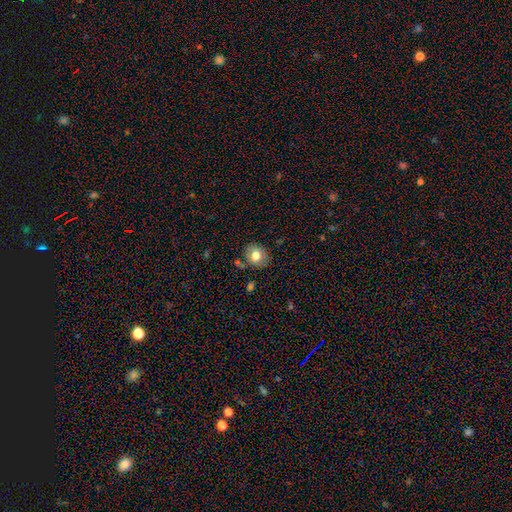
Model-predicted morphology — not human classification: Smooth or featured?
  - smooth: 75% *
  - featured or disk: 16%
  - star or artifact: 9%
How rounded?
  - round: 66% *
  - in between: 33%
  - cigar-shaped: 1%
Merging?
  - none: 79% *
  - minor disturbance: 13%
  - merger: 4%
  - major disturbance: 3%